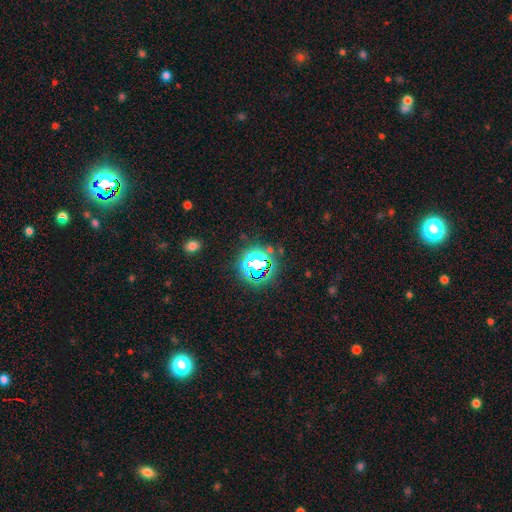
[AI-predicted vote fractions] Smooth or featured?
  - star or artifact: 77% *
  - smooth: 16%
  - featured or disk: 8%